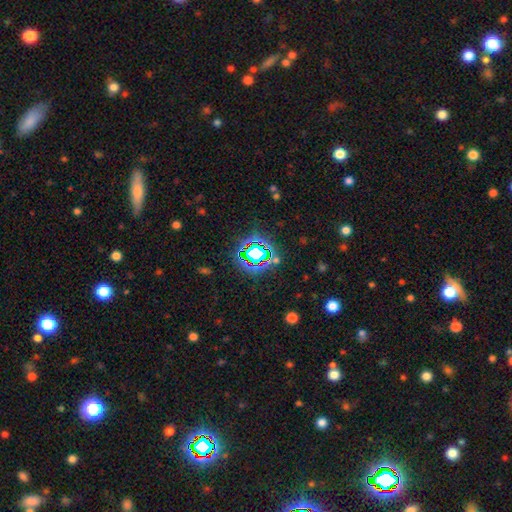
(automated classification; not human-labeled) Q: Smooth or featured?
A: star or artifact (70%); runner-up: smooth (19%)